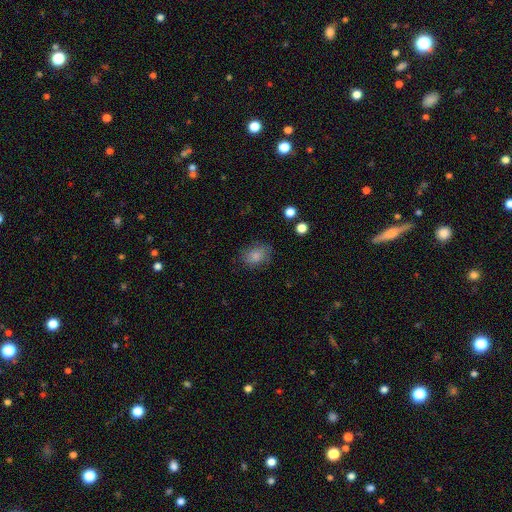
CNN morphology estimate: This is clearly a smooth galaxy (82%). How rounded: likely in between (69%). Merging: likely none (75%).